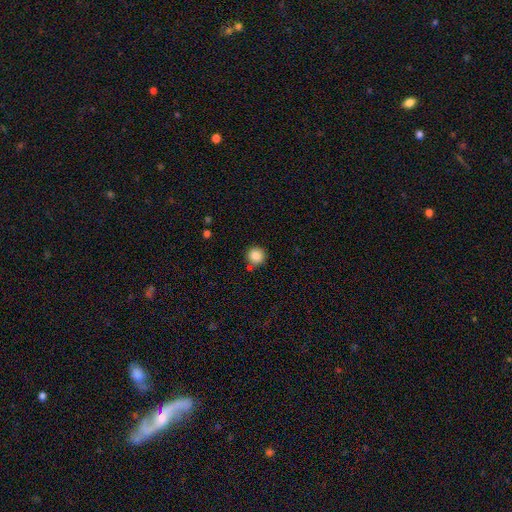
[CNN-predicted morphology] Overall: smooth (86%). How rounded: round (93%). Merging: none (76%).